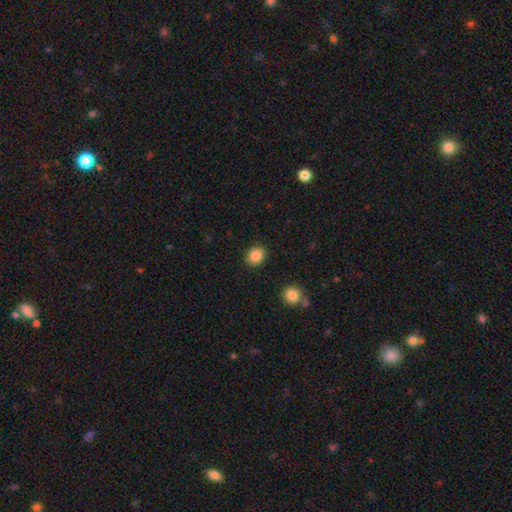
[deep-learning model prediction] Overall: smooth (88%). How rounded: round (56%; in between 43%). Merging: none (89%).